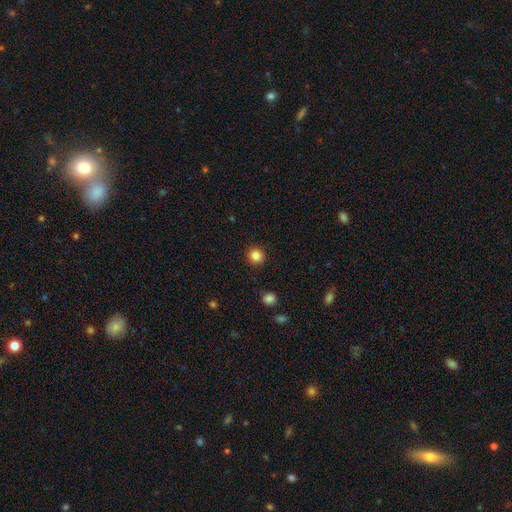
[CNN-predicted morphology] Smooth or featured? smooth (84%)
How rounded? round (94%)
Merging? none (92%)